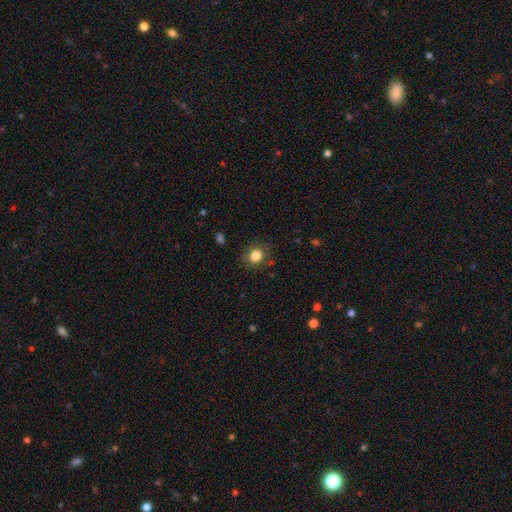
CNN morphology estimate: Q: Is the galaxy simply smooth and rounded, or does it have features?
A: smooth — 84%.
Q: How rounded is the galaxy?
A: round — 79%.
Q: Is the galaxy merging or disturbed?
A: none — 84%.